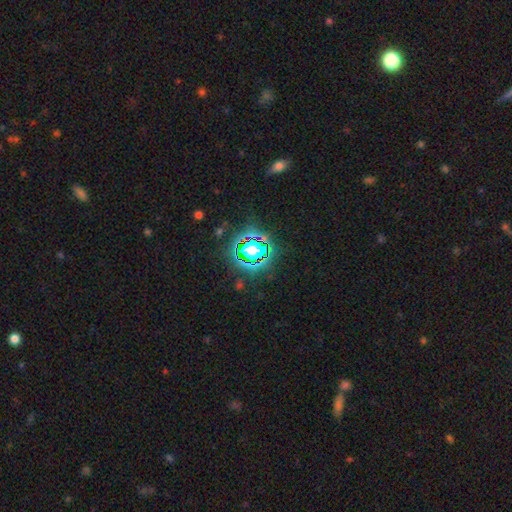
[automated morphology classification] smooth_or_featured: star or artifact (p=0.79) [alt: smooth p=0.13]